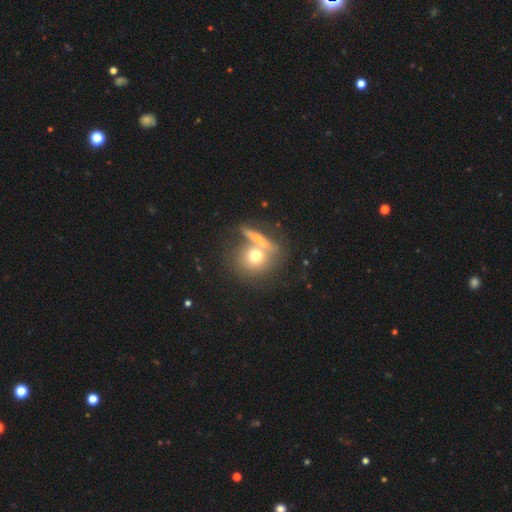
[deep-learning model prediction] A smooth galaxy with no disk features (66%) that is round (80%).

Vote fractions:
- Smooth or featured? smooth: 66% / featured or disk: 25% / star or artifact: 9%
- How rounded? round: 80% / in between: 16% / cigar-shaped: 4%
- Merging? none: 47% / merger: 36% / minor disturbance: 11% / major disturbance: 6%